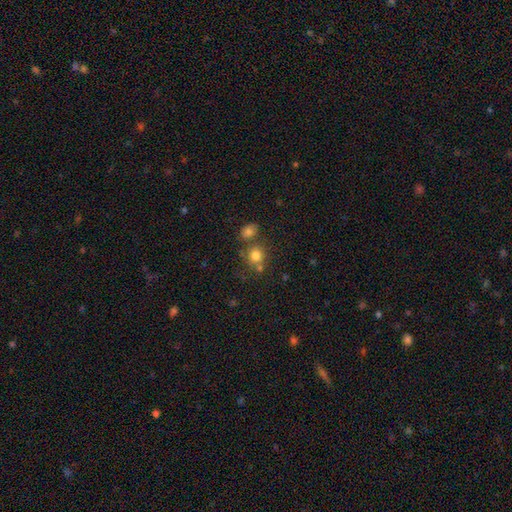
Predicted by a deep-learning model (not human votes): Smooth or featured?
  - smooth: 78% *
  - star or artifact: 13%
  - featured or disk: 9%
How rounded?
  - round: 84% *
  - in between: 15%
  - cigar-shaped: 1%
Merging?
  - none: 61% *
  - merger: 23%
  - minor disturbance: 11%
  - major disturbance: 5%